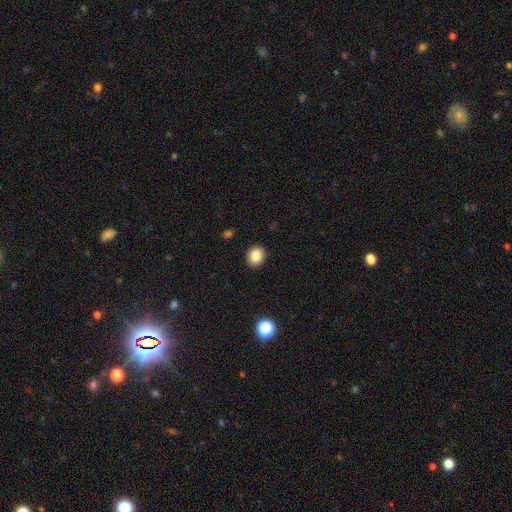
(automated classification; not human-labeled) Smooth or featured? Predicted: smooth (p=0.85). How rounded? Predicted: round (p=0.64). Merging? Predicted: none (p=0.91).